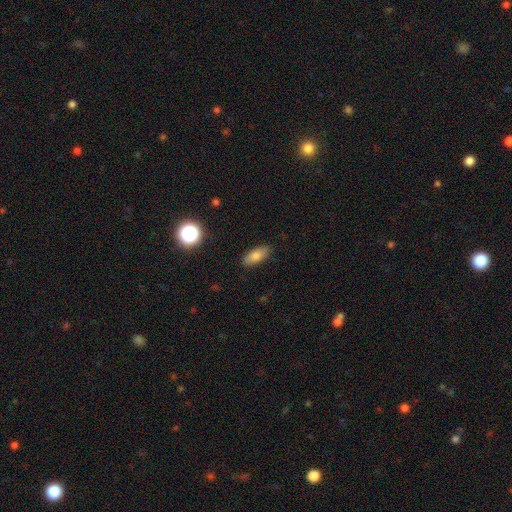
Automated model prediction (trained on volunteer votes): This appears to be a smooth galaxy with no disk features (77%) that is in between round and cigar-shaped (84%). Merging: none (86%).